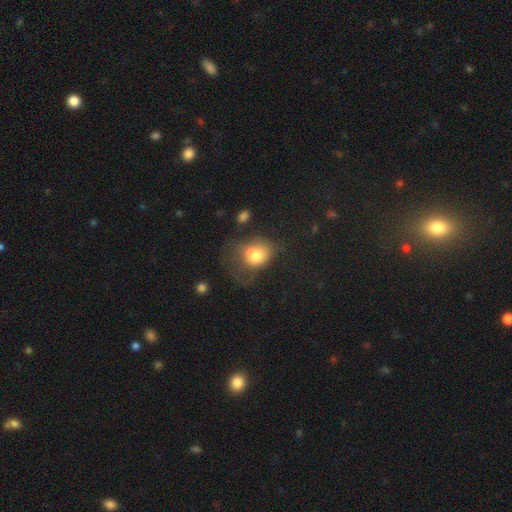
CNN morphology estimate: Smooth or featured: smooth — 71% (featured or disk — 18%)
How rounded: round — 52% (in between — 47%)
Merging: none — 29% (merger — 25%)